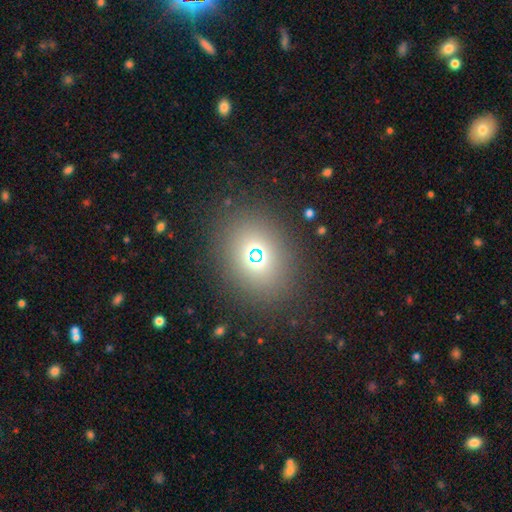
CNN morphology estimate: type=smooth (51%); roundness=round (59%); merging=none (84%).